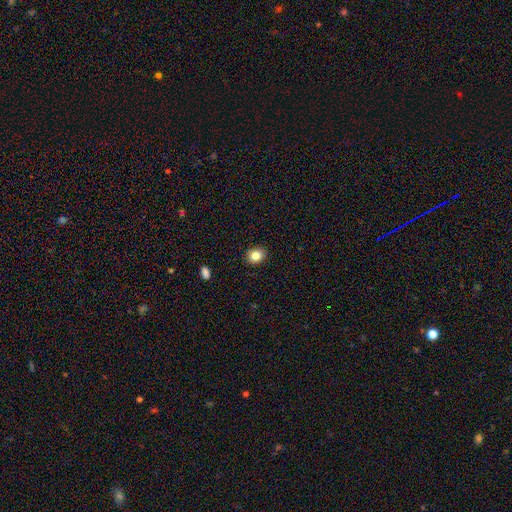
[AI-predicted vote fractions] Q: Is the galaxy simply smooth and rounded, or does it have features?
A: smooth — 83%.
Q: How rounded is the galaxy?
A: round — 51%.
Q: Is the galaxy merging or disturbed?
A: none — 89%.